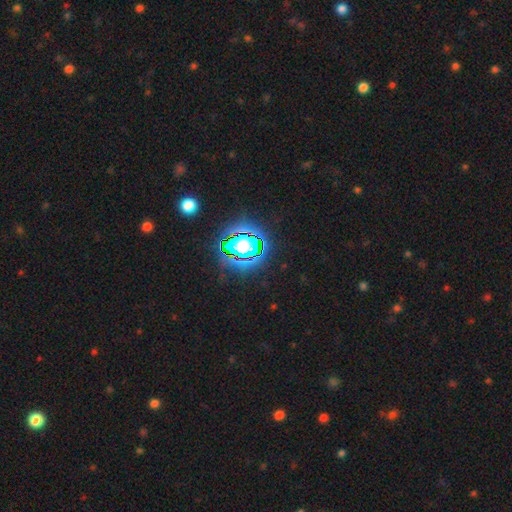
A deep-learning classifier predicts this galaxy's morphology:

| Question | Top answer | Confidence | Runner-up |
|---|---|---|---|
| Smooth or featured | star or artifact | 84% | smooth (10%) |